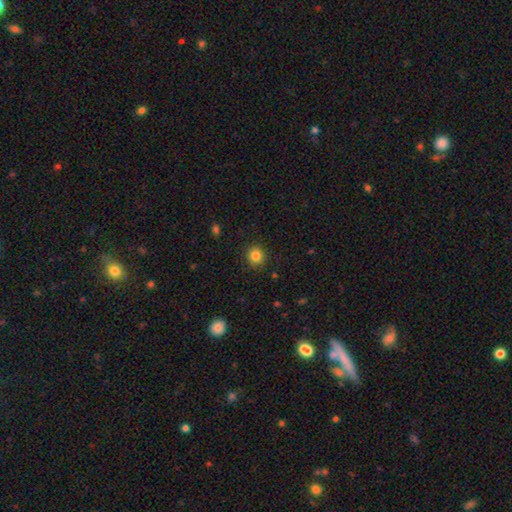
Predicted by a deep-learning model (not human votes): Smooth or featured? Predicted: smooth (p=0.84). How rounded? Predicted: round (p=0.90). Merging? Predicted: none (p=0.90).